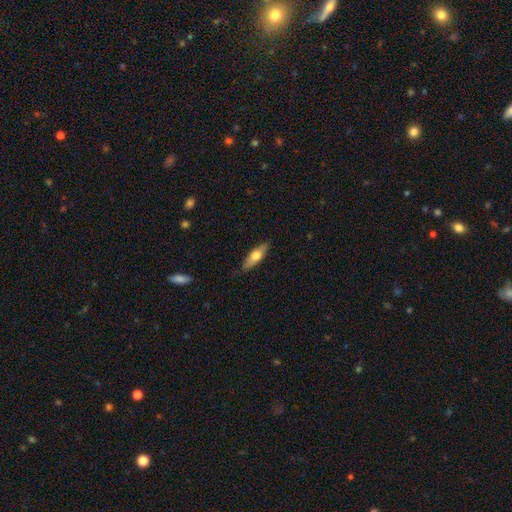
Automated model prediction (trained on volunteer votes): Smooth or featured?
  - smooth: 54% *
  - featured or disk: 40%
  - star or artifact: 6%
How rounded?
  - cigar-shaped: 52% *
  - in between: 46%
  - round: 3%
Merging?
  - none: 86% *
  - minor disturbance: 11%
  - major disturbance: 2%
  - merger: 1%